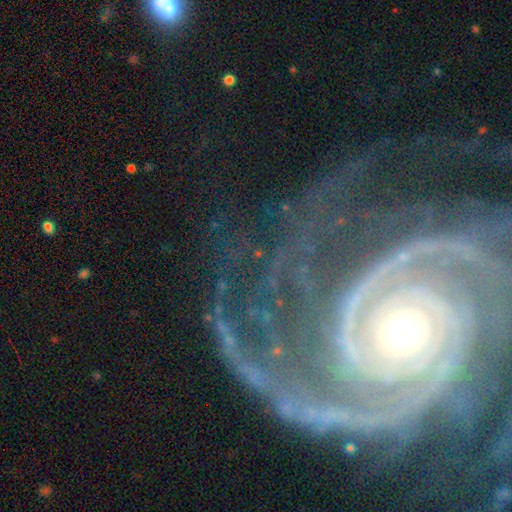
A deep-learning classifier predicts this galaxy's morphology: Overall: featured or disk (85%). Edge-on disk: no (96%). Bar: no (59%; strong 21%). Spiral arms: yes (94%). Spiral arm count: 2 (32%; can't tell 18%). Spiral winding: tight (60%; medium 28%). Bulge size: moderate (48%; small 43%). Merging: none (59%; major disturbance 22%).